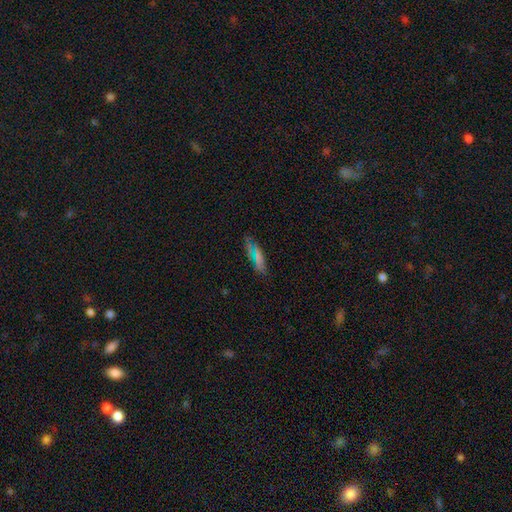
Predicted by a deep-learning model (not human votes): This is likely a smooth galaxy (62%). How rounded: possibly in between (60%). Merging: likely none (76%).